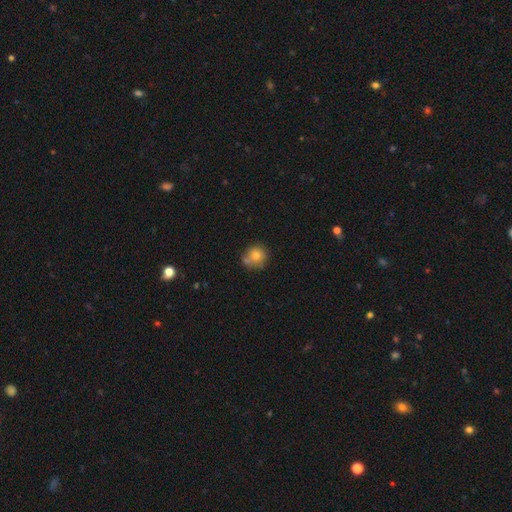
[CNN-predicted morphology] smooth-or-featured: smooth: 76% | featured or disk: 14% | star or artifact: 10%
  how-rounded: round: 87% | in between: 12% | cigar-shaped: 1%
  merging: none: 56% | merger: 24% | minor disturbance: 16% | major disturbance: 4%